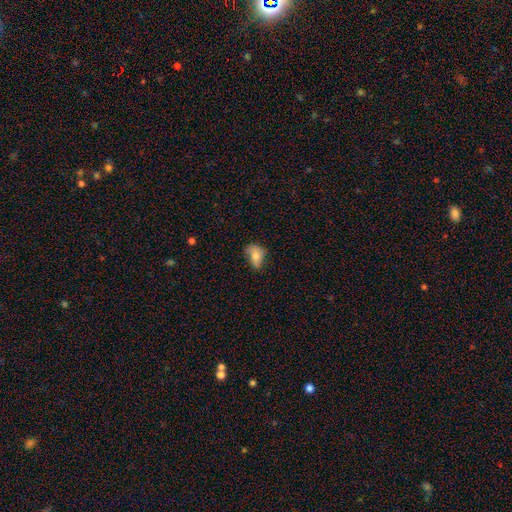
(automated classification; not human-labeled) smooth 69%, featured or disk 22%, star or artifact 9%. Down the decision tree: how rounded — in between (79%); merging — none (38%, tied with minor disturbance).